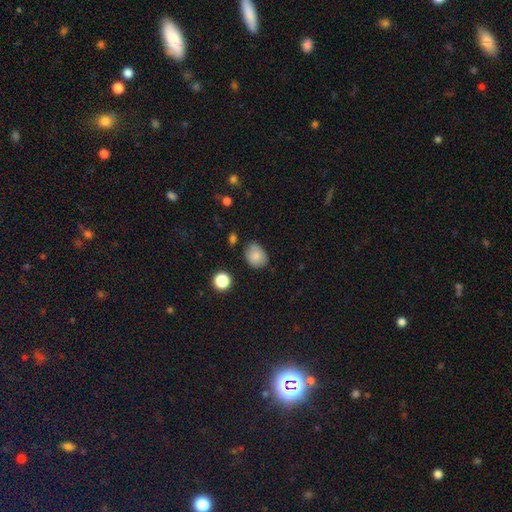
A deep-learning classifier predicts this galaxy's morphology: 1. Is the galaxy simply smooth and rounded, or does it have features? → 83% smooth, 9% star or artifact, 9% featured or disk.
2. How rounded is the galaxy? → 52% in between, 47% round, 1% cigar-shaped.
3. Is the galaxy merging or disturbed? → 70% none, 23% minor disturbance, 5% major disturbance, 3% merger.